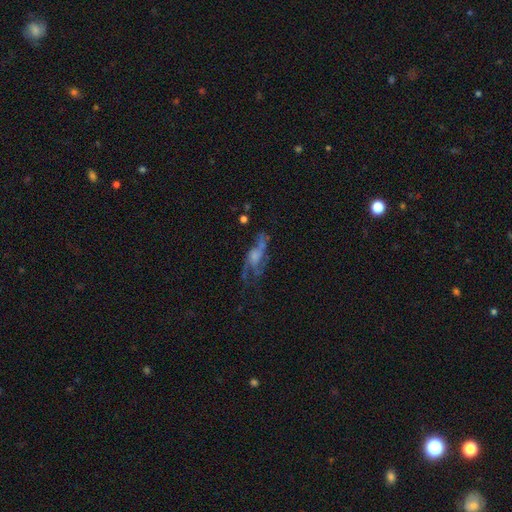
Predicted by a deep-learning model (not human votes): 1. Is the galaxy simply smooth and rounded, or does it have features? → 65% featured or disk, 24% smooth, 12% star or artifact.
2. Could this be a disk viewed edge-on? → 88% no, 12% yes.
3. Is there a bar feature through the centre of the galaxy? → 71% no, 23% weak, 6% strong.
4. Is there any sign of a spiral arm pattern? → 69% yes, 31% no.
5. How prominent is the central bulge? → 34% none, 28% small, 25% moderate, 10% large, 2% dominant.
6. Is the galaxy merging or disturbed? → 39% none, 37% major disturbance, 19% minor disturbance, 5% merger.